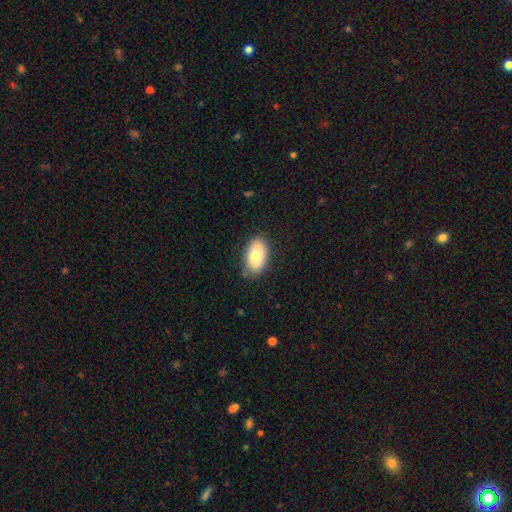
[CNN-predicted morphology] This is clearly a smooth galaxy (81%). How rounded: clearly in between (93%). Merging: clearly none (83%).